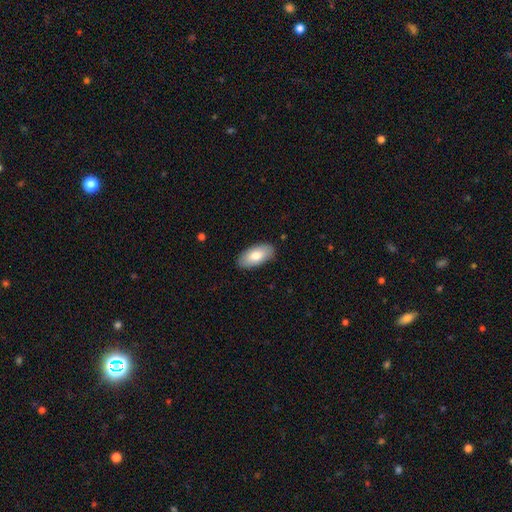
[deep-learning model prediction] Smooth or featured: smooth — 77% (featured or disk — 18%)
How rounded: in between — 93% (cigar-shaped — 4%)
Merging: none — 88% (minor disturbance — 9%)